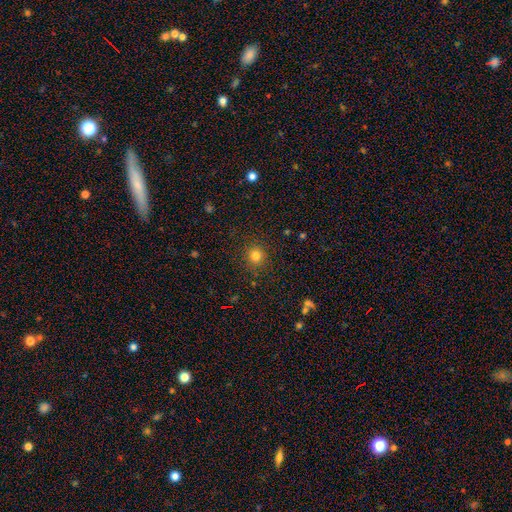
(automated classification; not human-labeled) The model was most divided on "smooth or featured": smooth: 80%, star or artifact: 14%, featured or disk: 6%. More confident: how rounded — round (90%); merging — none (89%).